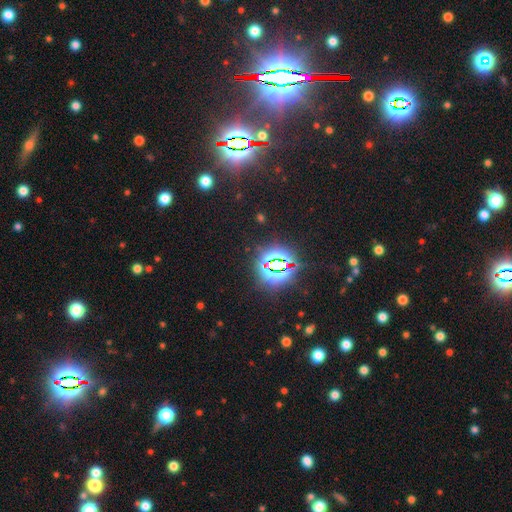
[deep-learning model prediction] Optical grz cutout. It shows a star or artifact, not a galaxy (84%).